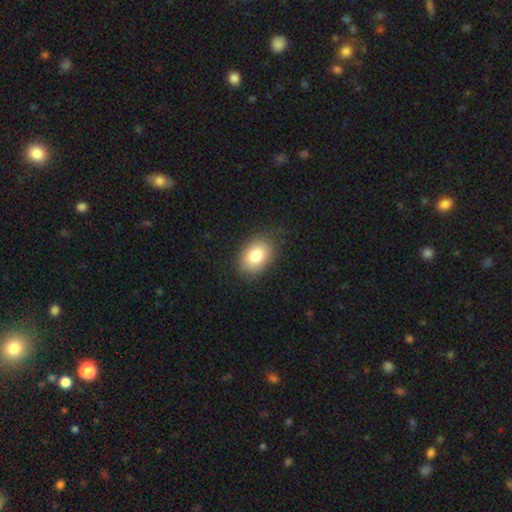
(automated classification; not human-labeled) The model was most divided on "how rounded": in between: 80%, round: 19%, cigar-shaped: 1%. More confident: smooth or featured — smooth (80%); merging — none (80%).